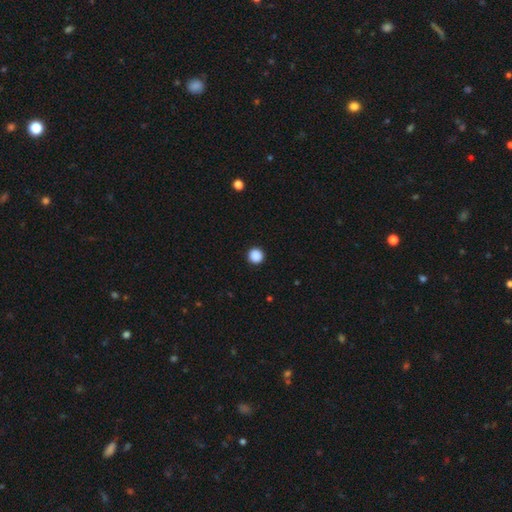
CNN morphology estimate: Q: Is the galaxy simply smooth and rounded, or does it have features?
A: smooth — 89%.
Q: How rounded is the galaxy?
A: round — 96%.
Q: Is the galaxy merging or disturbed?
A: none — 94%.